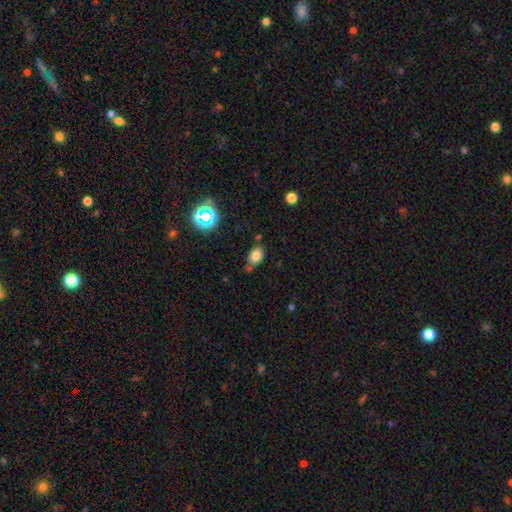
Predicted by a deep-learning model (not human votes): smooth_or_featured: smooth (p=0.77) [alt: star or artifact p=0.14]
how_rounded: in between (p=0.83) [alt: round p=0.16]
merging: none (p=0.66) [alt: minor disturbance p=0.19]